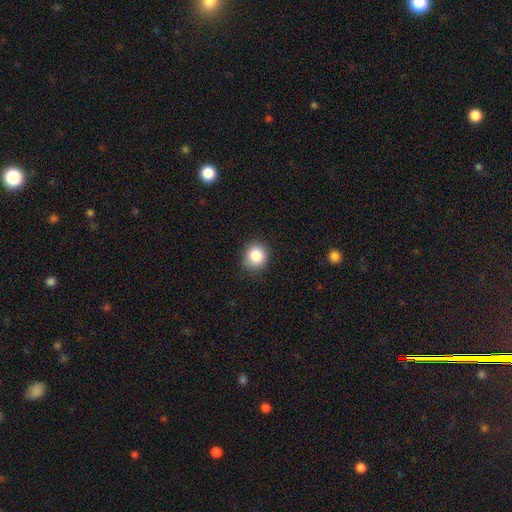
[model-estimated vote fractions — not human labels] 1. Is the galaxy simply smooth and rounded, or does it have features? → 84% smooth, 10% star or artifact, 5% featured or disk.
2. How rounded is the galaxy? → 84% round, 15% in between, 1% cigar-shaped.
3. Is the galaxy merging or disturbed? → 85% none, 12% minor disturbance, 2% major disturbance, 1% merger.